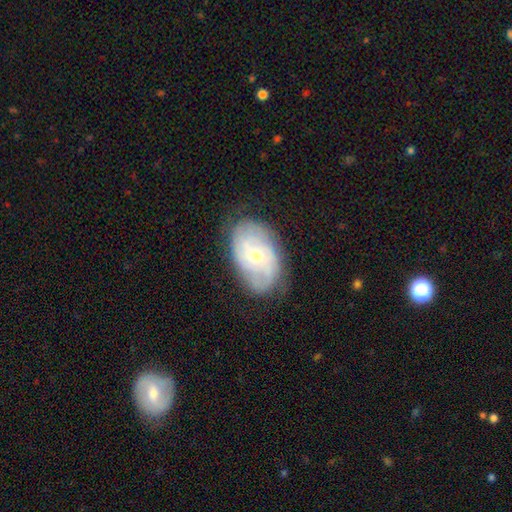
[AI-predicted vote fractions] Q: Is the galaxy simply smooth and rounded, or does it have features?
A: featured or disk — 69%.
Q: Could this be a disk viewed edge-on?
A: no — 95%.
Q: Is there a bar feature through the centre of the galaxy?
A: no — 66%.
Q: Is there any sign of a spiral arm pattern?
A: yes — 84%.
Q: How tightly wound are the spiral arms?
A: tight — 50%.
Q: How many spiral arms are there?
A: can't tell — 43%.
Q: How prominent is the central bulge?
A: small — 64%.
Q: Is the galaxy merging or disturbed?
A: none — 73%.